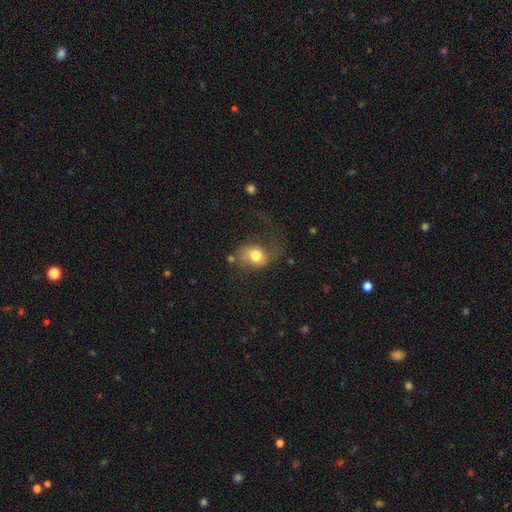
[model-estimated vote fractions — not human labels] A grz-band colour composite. It shows a smooth galaxy with no disk features (56%) that is round (56%). Merging: none (39%).